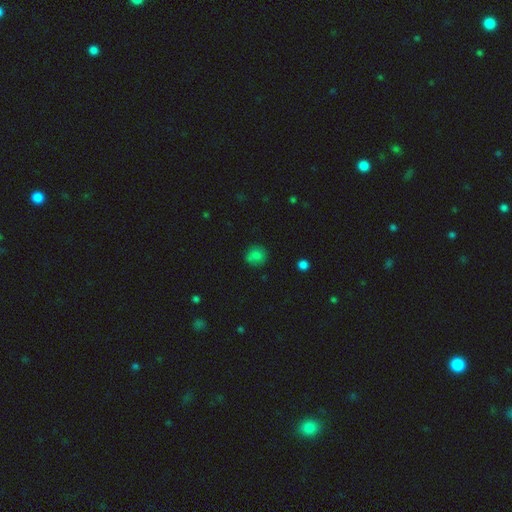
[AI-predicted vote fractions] Smooth or featured: smooth — 80% (star or artifact — 13%)
How rounded: round — 86% (in between — 13%)
Merging: none — 80% (minor disturbance — 14%)